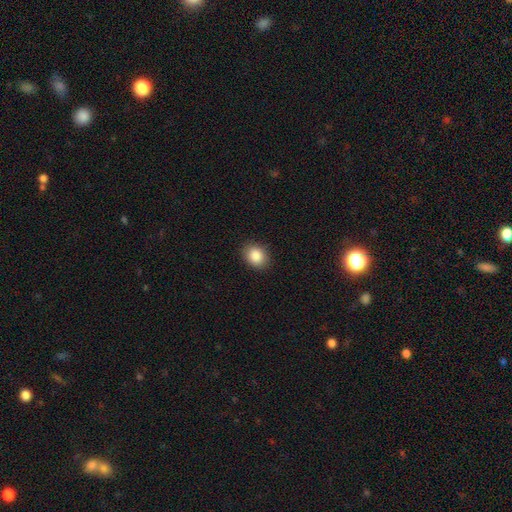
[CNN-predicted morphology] Overall: smooth (87%). How rounded: in between (54%; round 45%). Merging: none (88%).